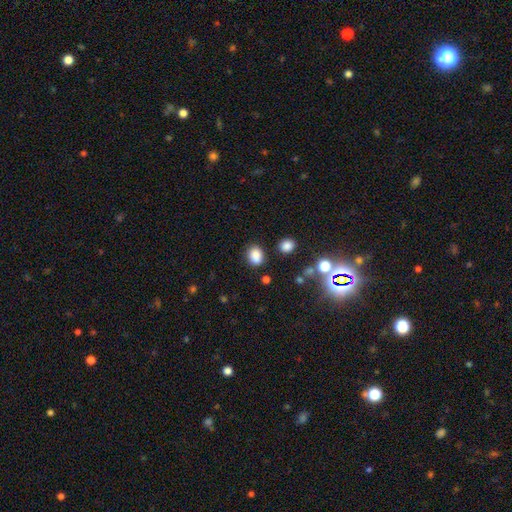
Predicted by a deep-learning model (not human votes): smooth 84%, star or artifact 12%, featured or disk 4%. Down the decision tree: how rounded — in between (54%); merging — none (77%).